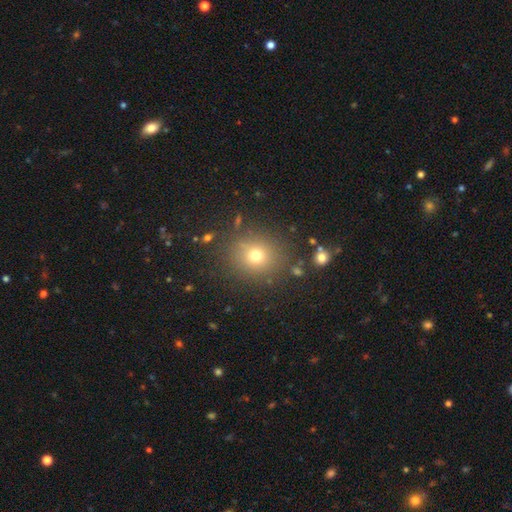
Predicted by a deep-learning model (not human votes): Q: Smooth or featured?
A: smooth (71%); runner-up: star or artifact (19%)
Q: How rounded?
A: round (83%); runner-up: in between (16%)
Q: Merging?
A: none (84%); runner-up: minor disturbance (9%)